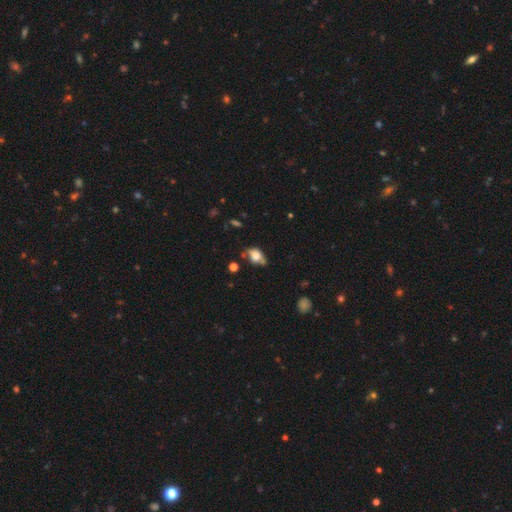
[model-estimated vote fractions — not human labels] Overall: smooth (68%). How rounded: in between (71%). Merging: none (49%; minor disturbance 29%).